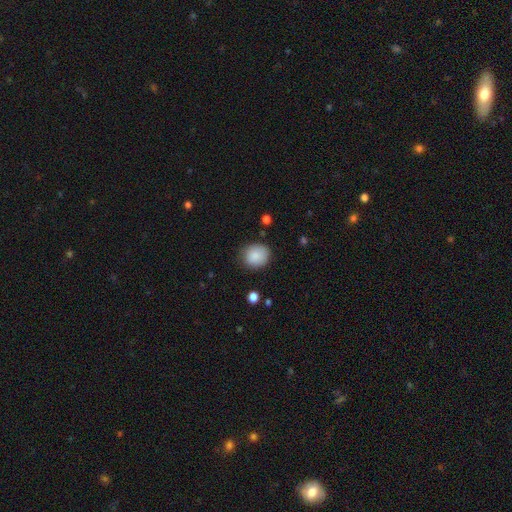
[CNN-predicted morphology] smooth 87%, star or artifact 8%, featured or disk 5%. Down the decision tree: how rounded — round (76%); merging — none (81%).